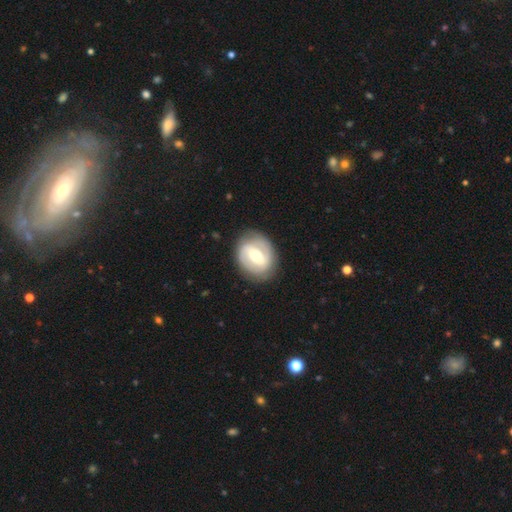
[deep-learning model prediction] This is likely a featured or disk galaxy (69%). It is clearly not viewed edge-on (96%). Bar: marginally weak (42%). Spiral arm pattern: likely yes (73%). Central bulge: likely moderate (68%). Merging: clearly none (83%).